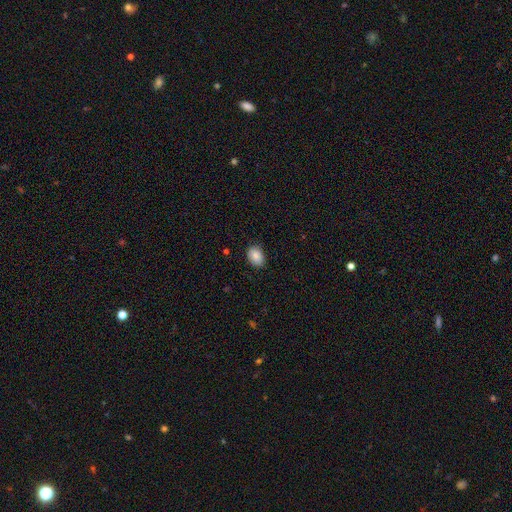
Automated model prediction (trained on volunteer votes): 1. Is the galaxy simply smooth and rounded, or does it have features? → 87% smooth, 8% star or artifact, 5% featured or disk.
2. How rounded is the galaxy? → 78% in between, 21% round, 1% cigar-shaped.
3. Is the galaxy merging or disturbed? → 84% none, 12% minor disturbance, 2% major disturbance, 1% merger.